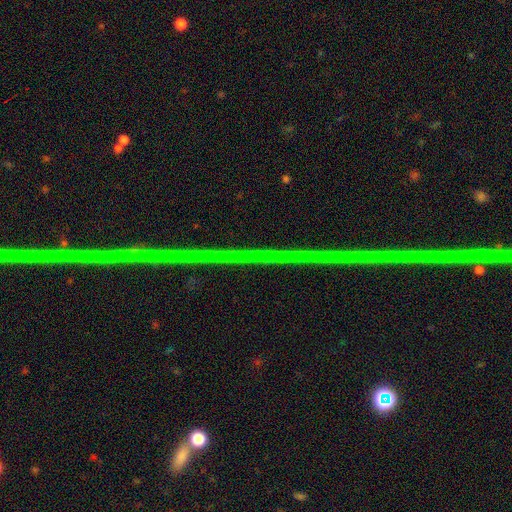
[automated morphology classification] smooth_or_featured: star or artifact (p=0.87) [alt: featured or disk p=0.09]